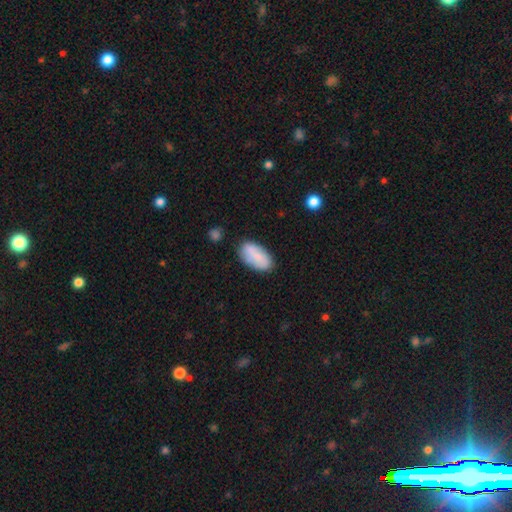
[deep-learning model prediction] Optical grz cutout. It shows a smooth galaxy with no disk features (81%) that is in between round and cigar-shaped (94%). Merging: none (75%).